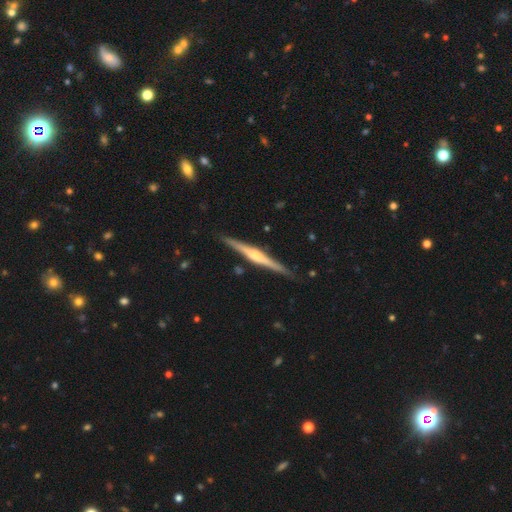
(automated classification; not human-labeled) Morphology: type=featured or disk (75%); edge-on=yes (98%); edge-on bulge=rounded (75%); merging=none (89%).